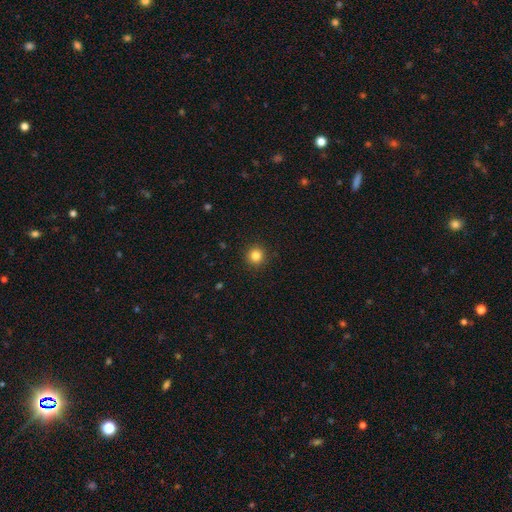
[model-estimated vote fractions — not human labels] Overall: smooth (83%). How rounded: round (94%). Merging: none (92%).